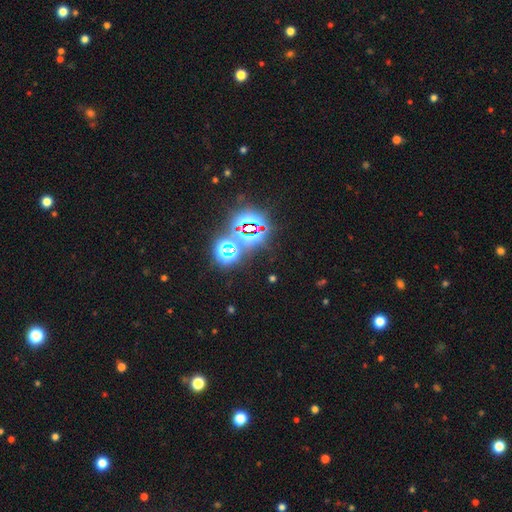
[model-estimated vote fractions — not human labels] Q: Smooth or featured?
A: star or artifact (76%); runner-up: smooth (16%)